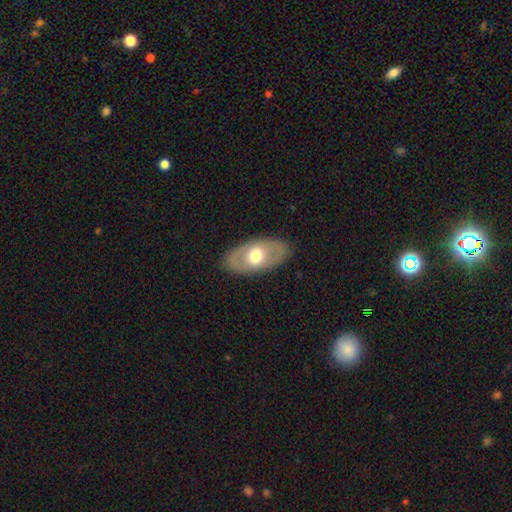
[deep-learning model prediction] The model was most divided on "smooth or featured": smooth: 51%, featured or disk: 44%, star or artifact: 6%. More confident: how rounded — in between (91%); merging — none (85%).